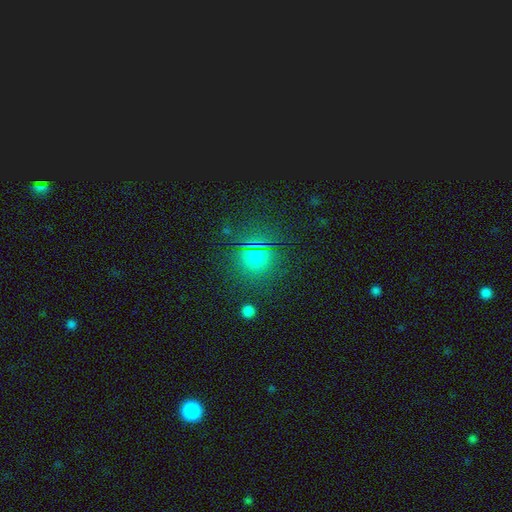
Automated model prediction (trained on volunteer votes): smooth_or_featured: smooth (p=0.69) [alt: star or artifact p=0.24]
how_rounded: round (p=0.89) [alt: in between p=0.10]
merging: none (p=0.83) [alt: minor disturbance p=0.09]